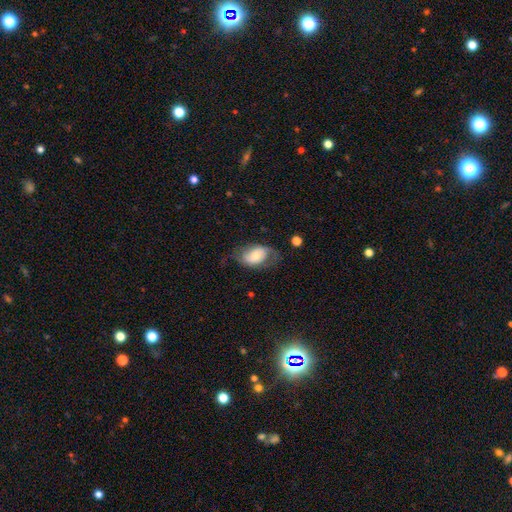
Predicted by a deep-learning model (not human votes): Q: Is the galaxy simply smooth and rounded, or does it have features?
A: featured or disk — 51%.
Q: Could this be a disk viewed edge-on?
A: no — 95%.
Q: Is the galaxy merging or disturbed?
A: none — 54%.